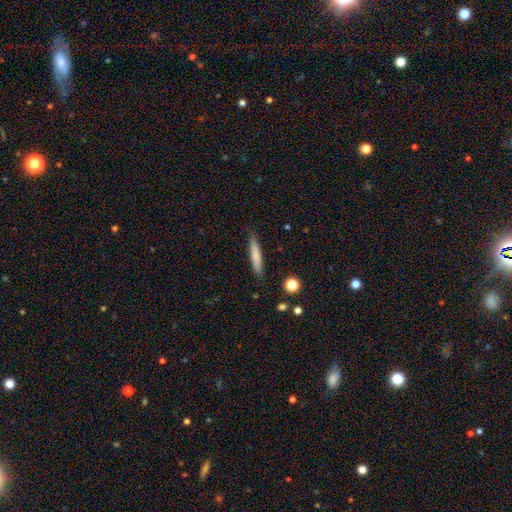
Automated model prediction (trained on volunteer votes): Smooth or featured? smooth (76%)
How rounded? cigar-shaped (92%)
Merging? none (87%)